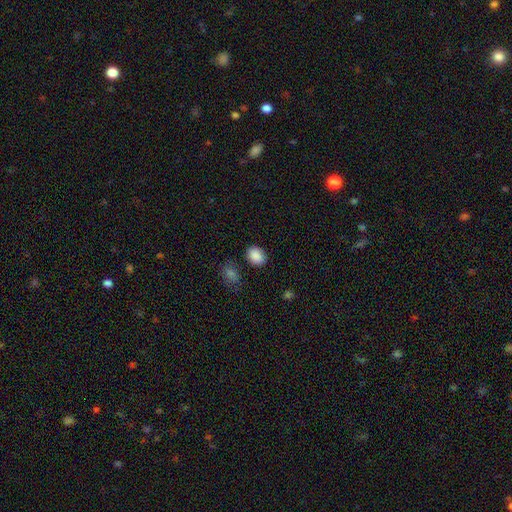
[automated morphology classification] Smooth or featured: smooth — 88% (star or artifact — 8%)
How rounded: in between — 66% (round — 33%)
Merging: none — 82% (minor disturbance — 12%)